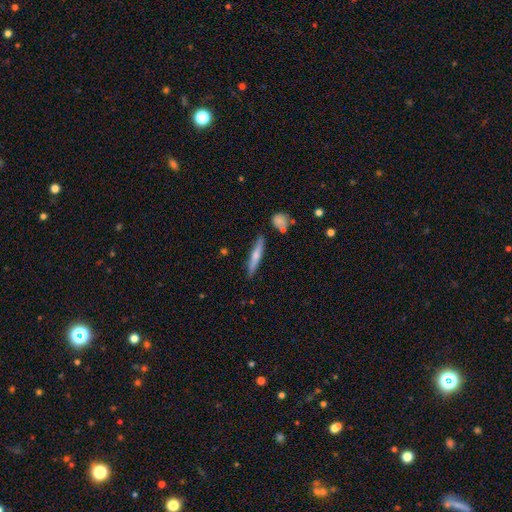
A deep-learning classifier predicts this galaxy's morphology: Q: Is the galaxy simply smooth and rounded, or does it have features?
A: smooth — 59%.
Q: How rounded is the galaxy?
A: cigar-shaped — 90%.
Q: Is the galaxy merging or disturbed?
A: none — 83%.